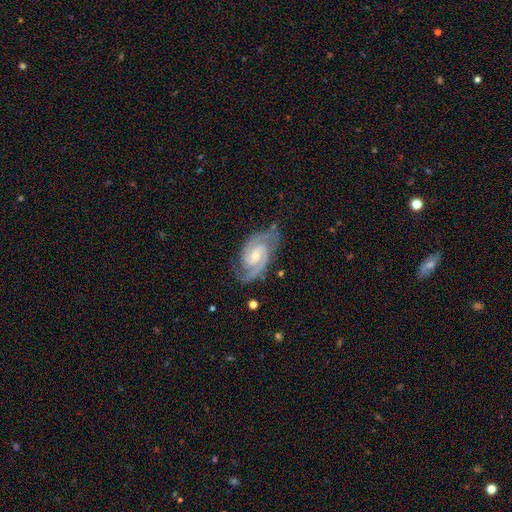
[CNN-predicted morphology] type=featured or disk (93%); edge-on=no (97%); bar=weak (47%); spiral arms=yes (99%); winding=tight (48%); arm count=2 (91%); bulge=small (52%); merging=none (78%).